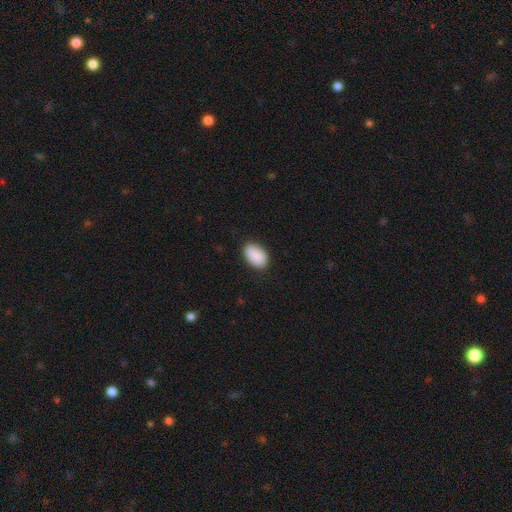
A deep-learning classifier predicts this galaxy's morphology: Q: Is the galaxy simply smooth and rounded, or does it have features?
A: smooth — 89%.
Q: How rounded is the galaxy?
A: in between — 91%.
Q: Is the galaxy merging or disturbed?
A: none — 84%.